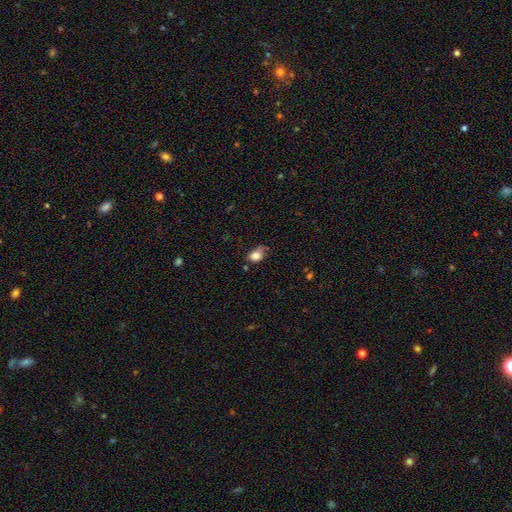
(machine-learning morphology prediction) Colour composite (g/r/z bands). It shows a smooth galaxy with no disk features (80%) that is in between round and cigar-shaped (66%). Merging: none (43%).